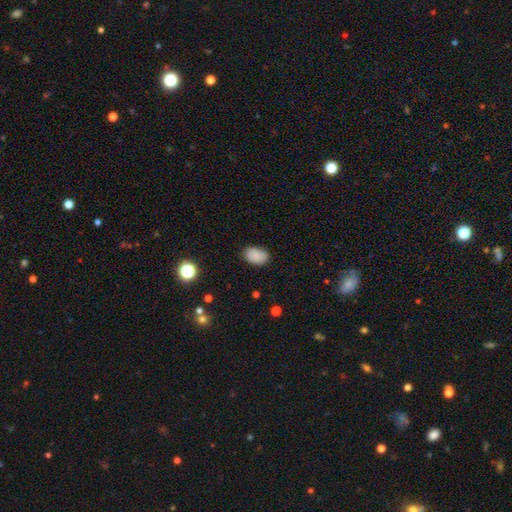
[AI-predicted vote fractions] Q: Smooth or featured?
A: smooth (86%); runner-up: star or artifact (9%)
Q: How rounded?
A: in between (83%); runner-up: round (16%)
Q: Merging?
A: none (81%); runner-up: minor disturbance (15%)